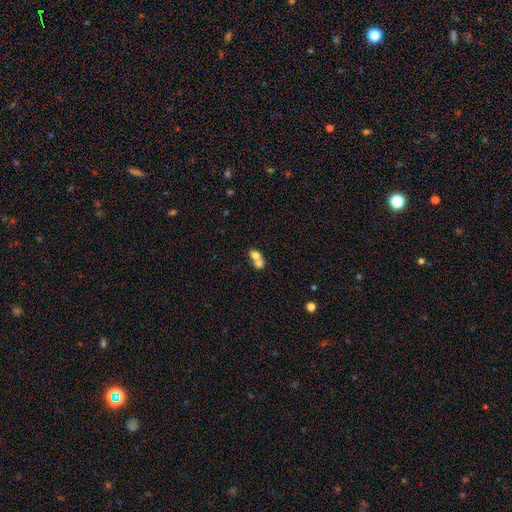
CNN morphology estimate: The model was most divided on "how rounded": in between: 56%, round: 42%, cigar-shaped: 2%. More confident: merging — merger (74%); smooth or featured — smooth (71%).